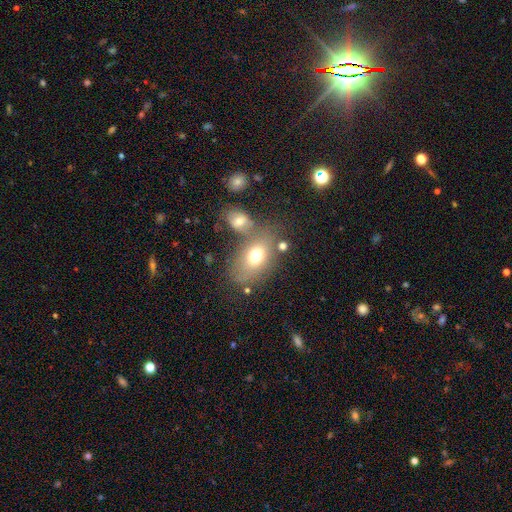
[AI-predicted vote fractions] Q: Smooth or featured?
A: smooth (69%); runner-up: featured or disk (19%)
Q: How rounded?
A: in between (79%); runner-up: round (19%)
Q: Merging?
A: none (50%); runner-up: merger (27%)